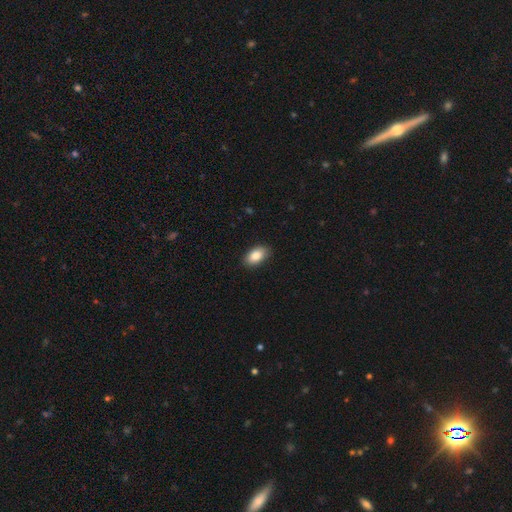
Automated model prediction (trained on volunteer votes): Q: Smooth or featured?
A: smooth (86%); runner-up: star or artifact (7%)
Q: How rounded?
A: in between (93%); runner-up: round (4%)
Q: Merging?
A: none (89%); runner-up: minor disturbance (9%)